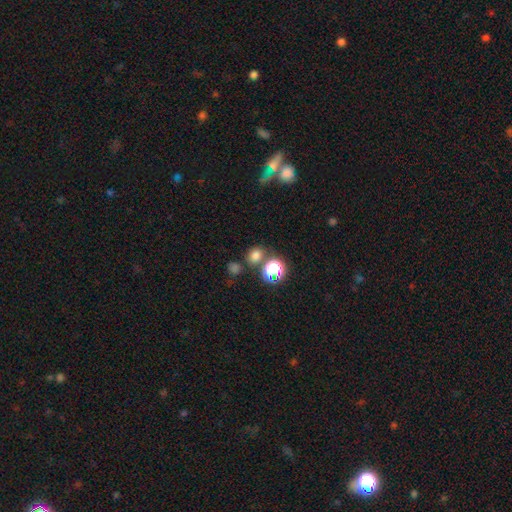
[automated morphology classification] A smooth galaxy with no disk features (70%) that is round (69%).

Vote fractions:
- Smooth or featured? smooth: 70% / star or artifact: 24% / featured or disk: 6%
- How rounded? round: 69% / in between: 30% / cigar-shaped: 1%
- Merging? none: 72% / merger: 15% / minor disturbance: 9% / major disturbance: 4%